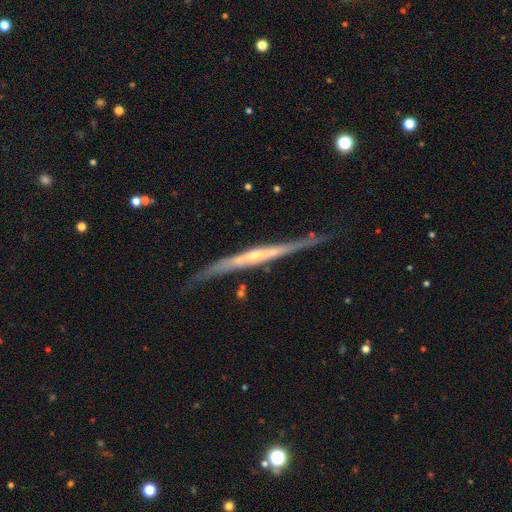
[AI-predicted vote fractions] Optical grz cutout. It shows a featured or disk galaxy (80%) viewed edge-on (95%) with a rounded central bulge (48%). Merging: none (73%).